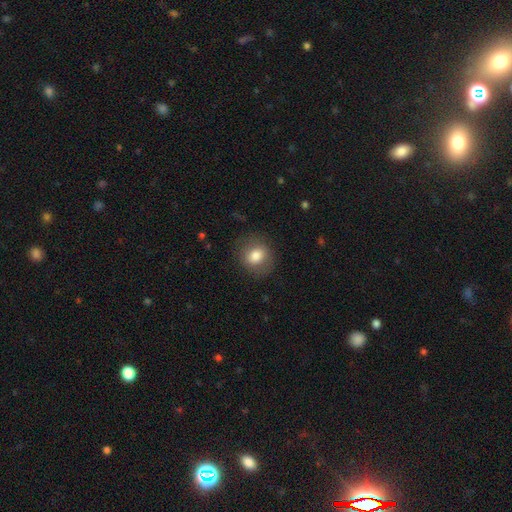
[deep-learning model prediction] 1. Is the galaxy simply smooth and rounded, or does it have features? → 78% smooth, 13% featured or disk, 9% star or artifact.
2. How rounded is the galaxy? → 70% round, 29% in between, 1% cigar-shaped.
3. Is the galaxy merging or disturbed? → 82% none, 12% minor disturbance, 5% major disturbance, 1% merger.